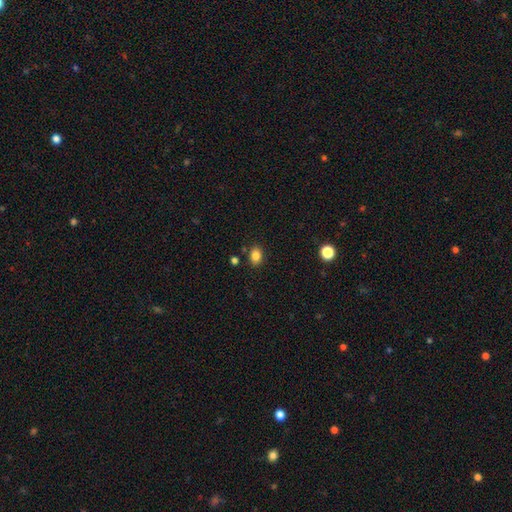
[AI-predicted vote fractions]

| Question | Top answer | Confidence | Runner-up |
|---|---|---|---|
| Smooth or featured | smooth | 84% | star or artifact (10%) |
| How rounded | in between | 72% | round (27%) |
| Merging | none | 84% | minor disturbance (10%) |